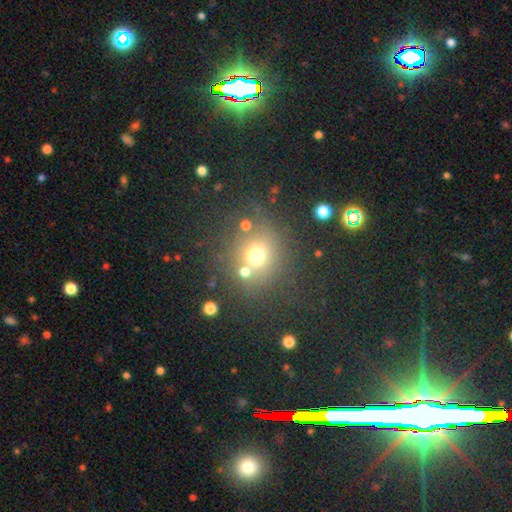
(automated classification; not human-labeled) This appears to be a smooth galaxy with no disk features (63%) that is round (85%). Merging: none (69%).